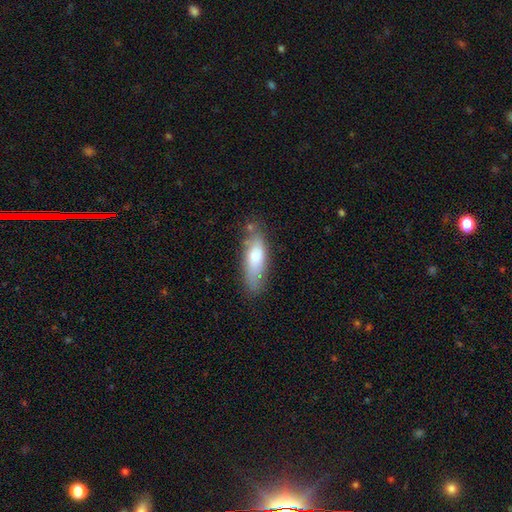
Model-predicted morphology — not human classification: This appears to be a smooth galaxy with no disk features (69%) that is in between round and cigar-shaped (55%). Merging: none (71%).